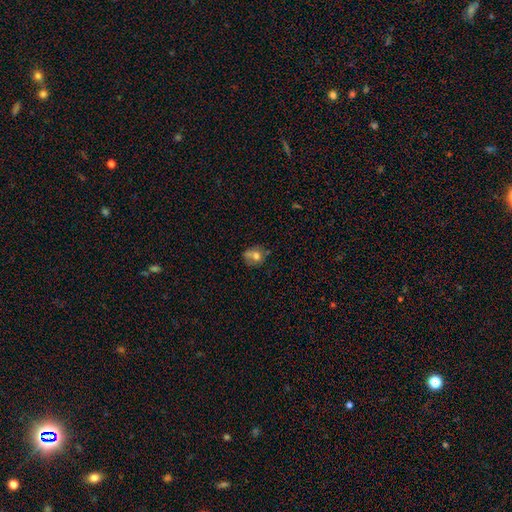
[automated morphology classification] Smooth or featured? Predicted: smooth (p=0.64). How rounded? Predicted: round (p=0.55). Merging? Predicted: none (p=0.44).